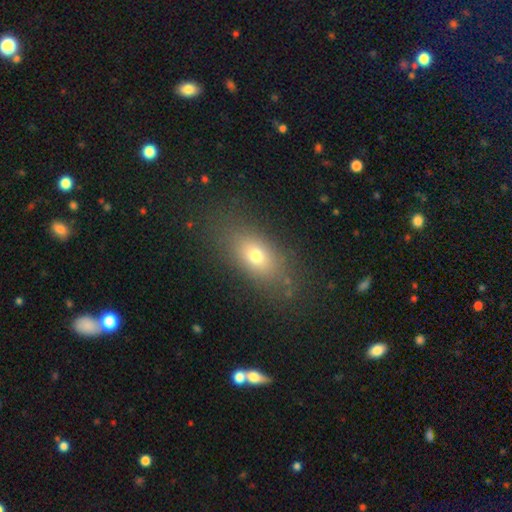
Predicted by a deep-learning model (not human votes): Smooth or featured?
  - smooth: 71% *
  - featured or disk: 16%
  - star or artifact: 13%
How rounded?
  - in between: 78% *
  - round: 13%
  - cigar-shaped: 9%
Merging?
  - none: 82% *
  - minor disturbance: 11%
  - major disturbance: 5%
  - merger: 2%